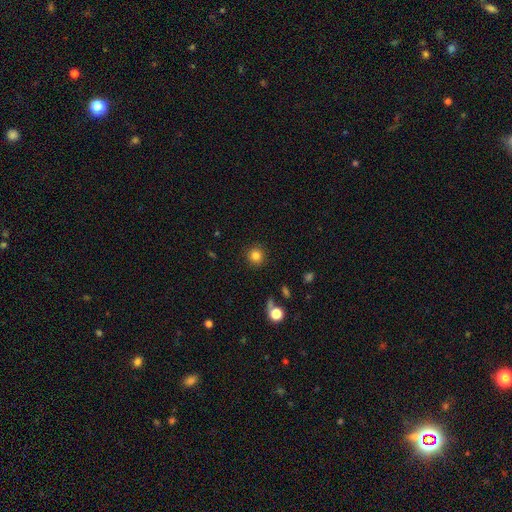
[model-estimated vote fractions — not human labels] Smooth or featured? smooth (83%)
How rounded? round (93%)
Merging? none (90%)